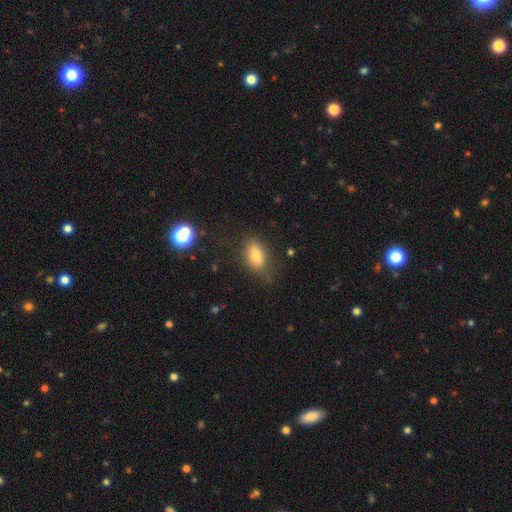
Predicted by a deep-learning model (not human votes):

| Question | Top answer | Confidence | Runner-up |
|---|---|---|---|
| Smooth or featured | smooth | 69% | featured or disk (22%) |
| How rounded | in between | 81% | cigar-shaped (12%) |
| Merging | none | 74% | minor disturbance (18%) |